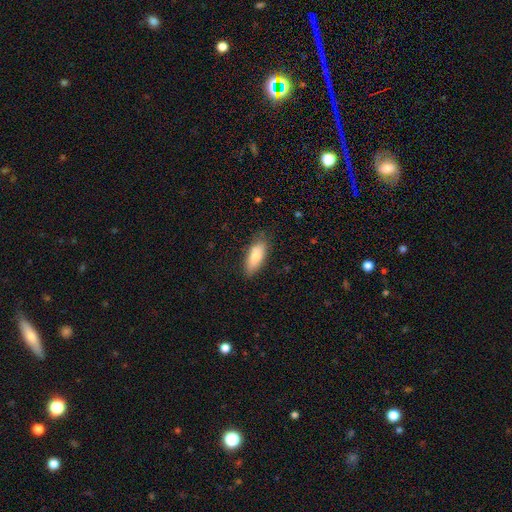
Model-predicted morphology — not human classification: A smooth galaxy with no disk features (77%) that is in between round and cigar-shaped (77%). Merging: none (78%).